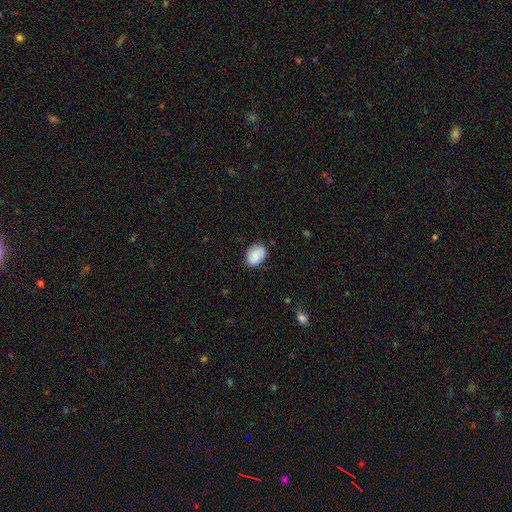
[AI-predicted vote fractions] Smooth or featured? smooth (84%)
How rounded? in between (76%)
Merging? none (77%)